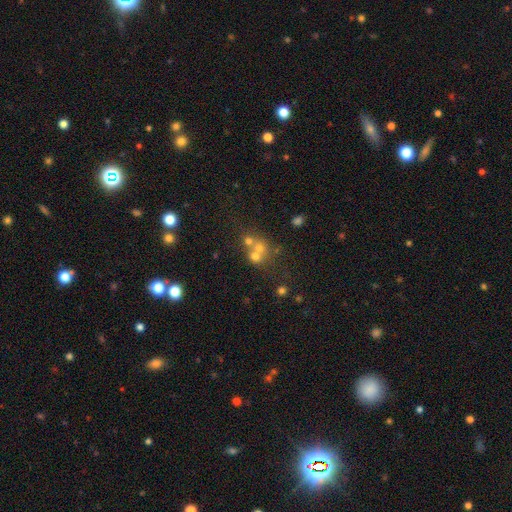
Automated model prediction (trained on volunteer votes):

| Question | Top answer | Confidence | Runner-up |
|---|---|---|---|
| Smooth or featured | smooth | 57% | featured or disk (23%) |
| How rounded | round | 80% | in between (19%) |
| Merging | merger | 54% | none (35%) |